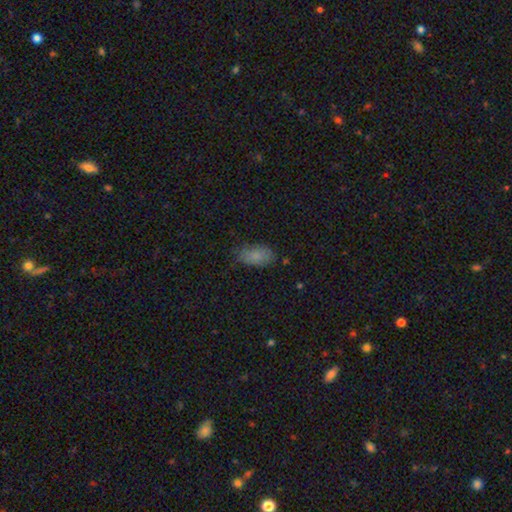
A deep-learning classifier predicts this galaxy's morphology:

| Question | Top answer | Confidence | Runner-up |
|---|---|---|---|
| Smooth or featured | smooth | 81% | featured or disk (10%) |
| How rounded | in between | 92% | round (4%) |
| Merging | none | 72% | minor disturbance (21%) |